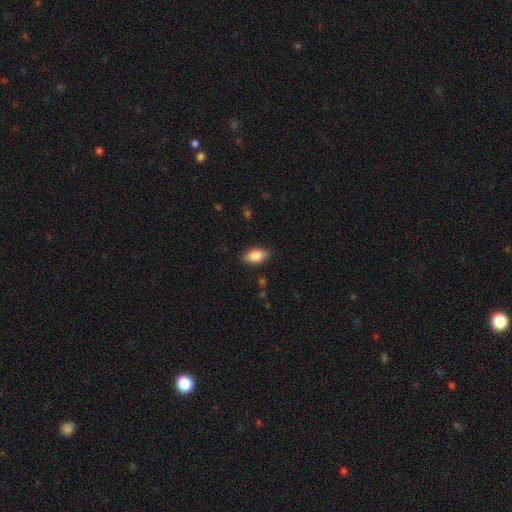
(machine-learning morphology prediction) This appears to be a smooth galaxy with no disk features (85%) that is in between round and cigar-shaped (91%). Merging: none (84%).